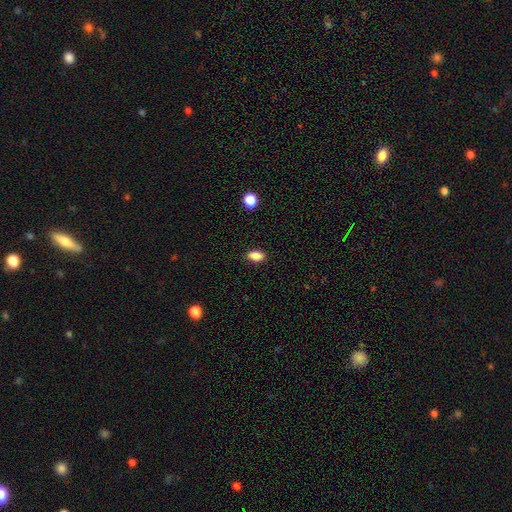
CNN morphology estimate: The model was most divided on "smooth or featured": smooth: 87%, star or artifact: 9%, featured or disk: 4%. More confident: how rounded — in between (89%); merging — none (88%).